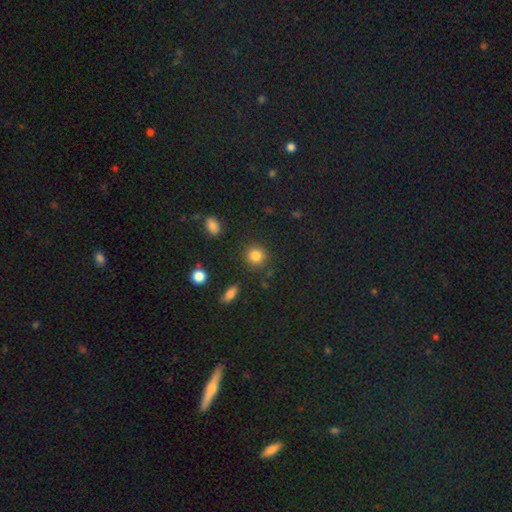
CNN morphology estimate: Smooth or featured: smooth — 84% (star or artifact — 11%)
How rounded: round — 89% (in between — 10%)
Merging: none — 86% (minor disturbance — 8%)